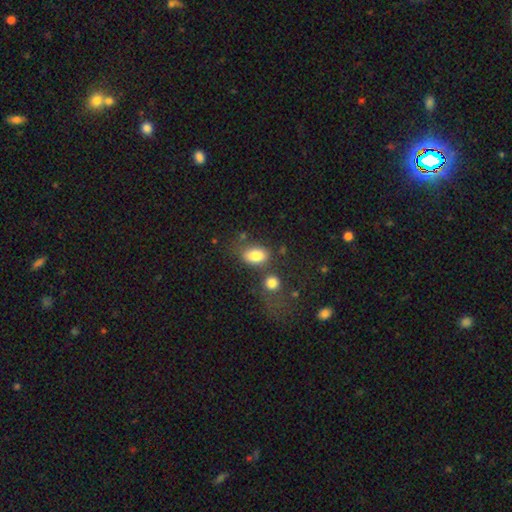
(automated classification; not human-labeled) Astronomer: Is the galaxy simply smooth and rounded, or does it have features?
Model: smooth — 82%.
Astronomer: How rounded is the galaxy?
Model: in between — 82%.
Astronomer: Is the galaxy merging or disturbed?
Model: none — 61%.